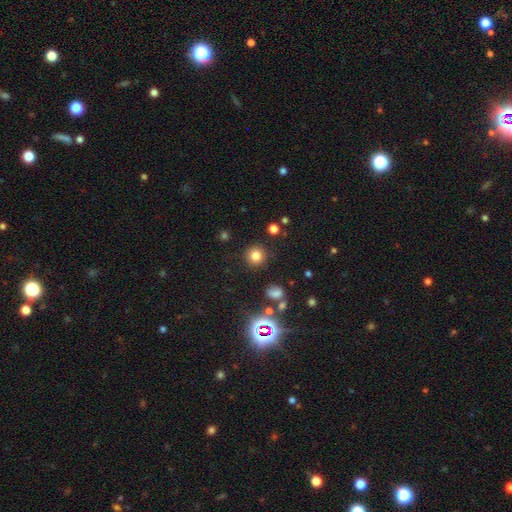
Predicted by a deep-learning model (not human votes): Smooth or featured?
  - smooth: 78% *
  - star or artifact: 16%
  - featured or disk: 6%
How rounded?
  - round: 93% *
  - in between: 6%
  - cigar-shaped: 1%
Merging?
  - none: 89% *
  - minor disturbance: 6%
  - major disturbance: 3%
  - merger: 2%